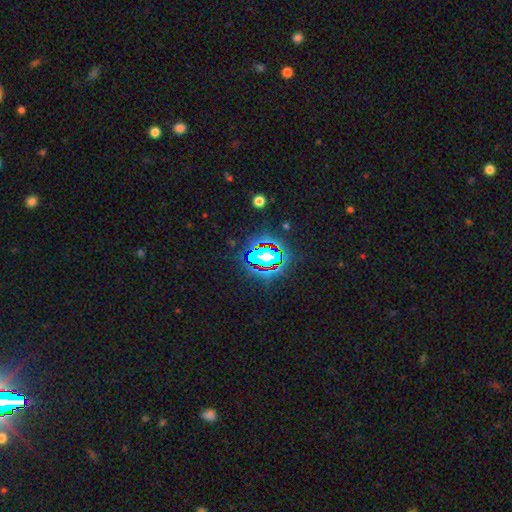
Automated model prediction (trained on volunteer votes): This is clearly a star or artifact rather than a galaxy (82%).